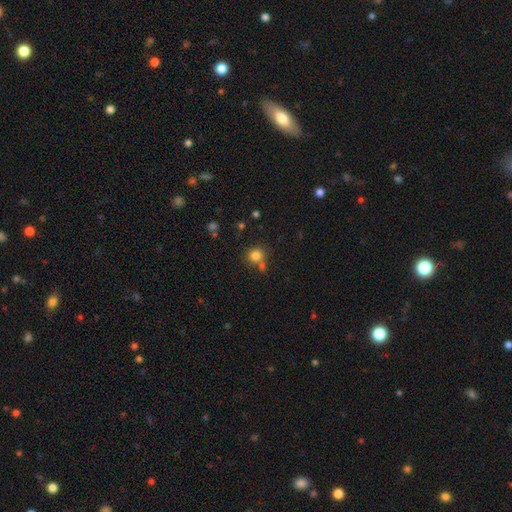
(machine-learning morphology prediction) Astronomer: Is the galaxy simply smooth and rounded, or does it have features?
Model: smooth — 81%.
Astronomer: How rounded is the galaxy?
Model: round — 86%.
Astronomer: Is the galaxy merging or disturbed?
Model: none — 65%.